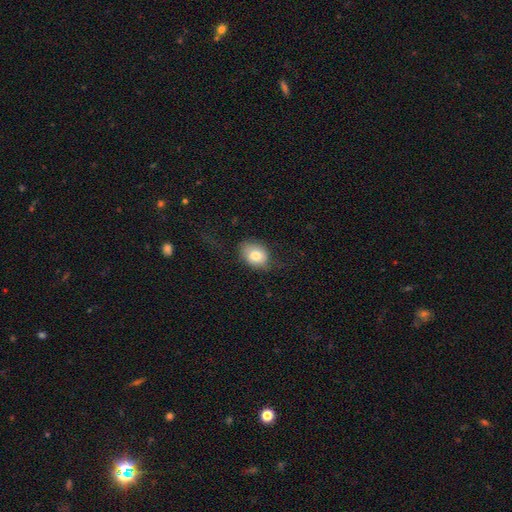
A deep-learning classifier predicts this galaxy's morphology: This is likely a smooth galaxy (76%). How rounded: possibly in between (59%). Merging: likely none (65%).